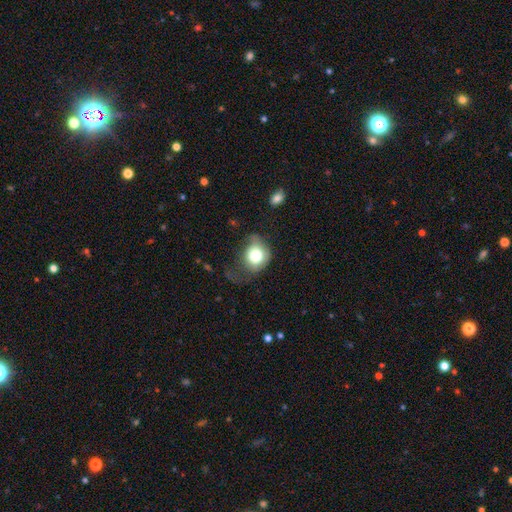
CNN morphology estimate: This appears to be a smooth galaxy with no disk features (75%) that is round (62%). Merging: major disturbance (33%).